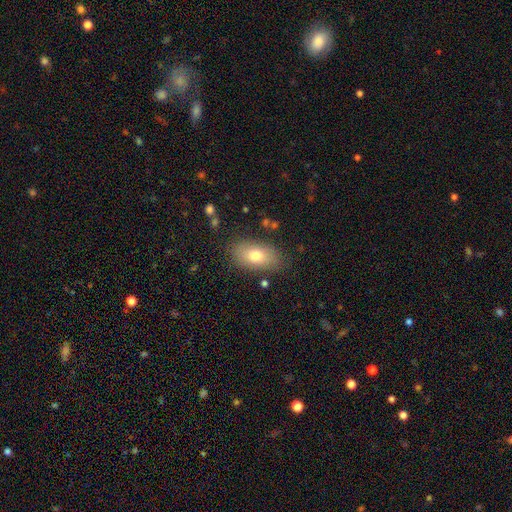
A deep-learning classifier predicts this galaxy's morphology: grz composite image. It shows a smooth galaxy with no disk features (75%) that is in between round and cigar-shaped (90%). Merging: none (81%).